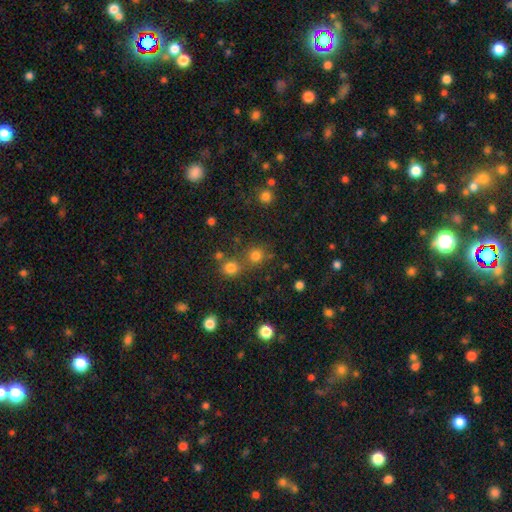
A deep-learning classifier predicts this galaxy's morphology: This is likely a smooth galaxy (76%). How rounded: clearly round (89%). Merging: likely none (63%).